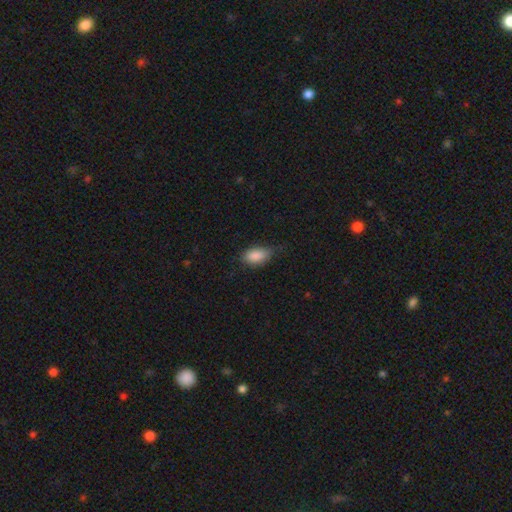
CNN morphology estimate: Overall: smooth (87%). How rounded: in between (91%). Merging: none (64%; minor disturbance 28%).